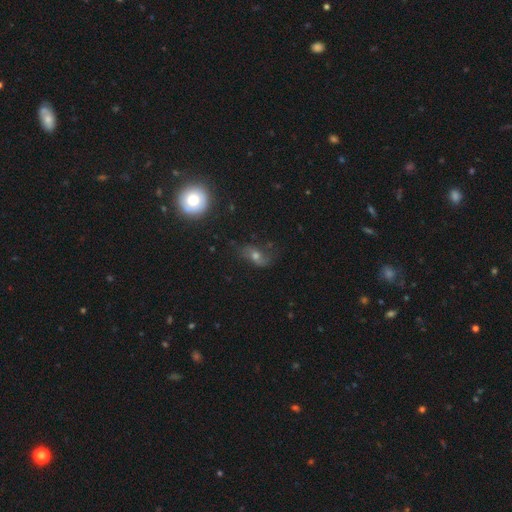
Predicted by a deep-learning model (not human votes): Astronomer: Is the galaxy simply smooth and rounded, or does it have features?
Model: featured or disk — 44% (runner-up: smooth, 39%).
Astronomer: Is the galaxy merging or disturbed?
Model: none — 59%.